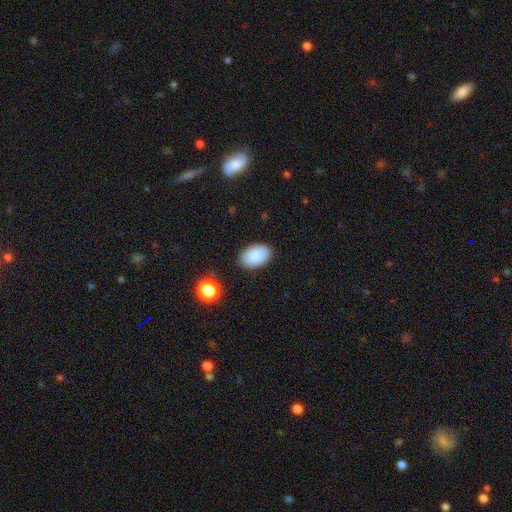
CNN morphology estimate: Smooth or featured: smooth — 88% (star or artifact — 7%)
How rounded: in between — 90% (round — 9%)
Merging: none — 86% (minor disturbance — 10%)